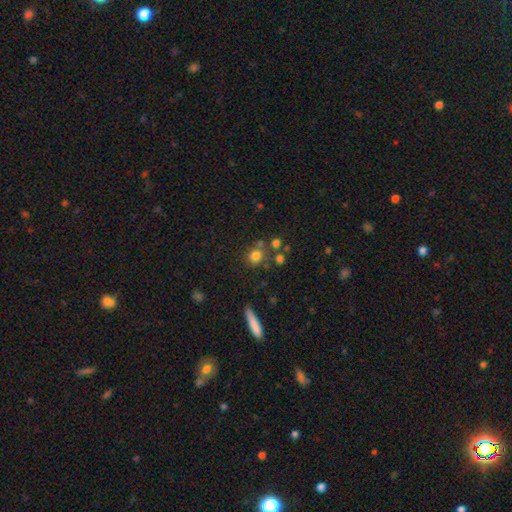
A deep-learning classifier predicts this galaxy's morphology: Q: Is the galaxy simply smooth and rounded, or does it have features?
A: smooth — 77%.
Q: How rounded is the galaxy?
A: round — 75%.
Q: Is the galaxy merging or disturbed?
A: none — 66%.